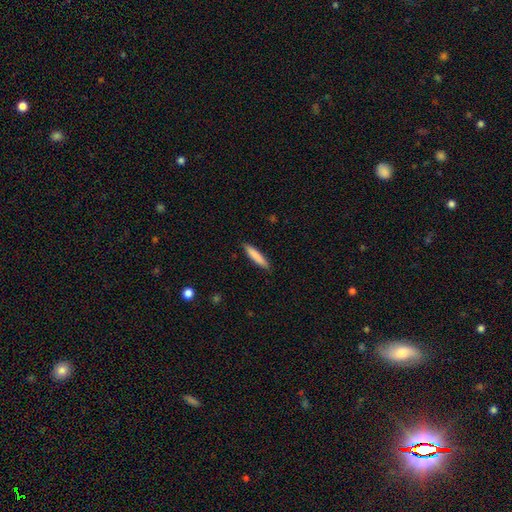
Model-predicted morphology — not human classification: This appears to be a smooth galaxy with no disk features (83%) that is cigar-shaped (88%). Merging: none (89%).